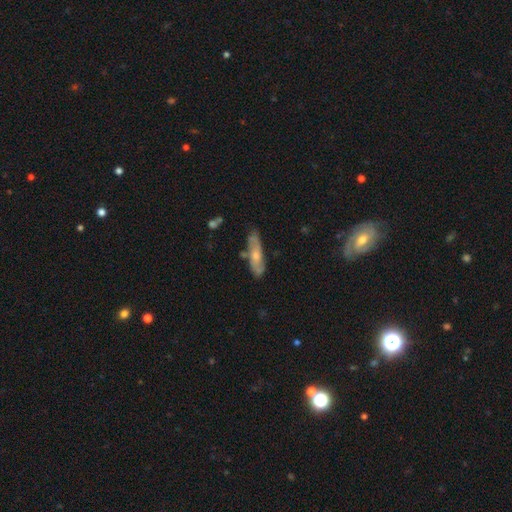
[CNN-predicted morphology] A smooth galaxy with no disk features (48%). Merging: none (70%).